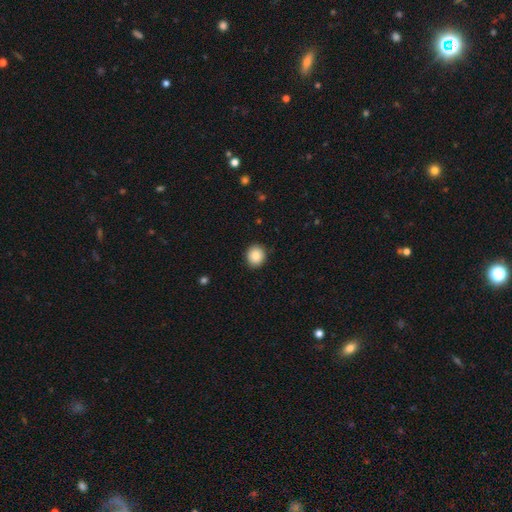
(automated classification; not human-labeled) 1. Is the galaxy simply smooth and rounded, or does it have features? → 85% smooth, 8% star or artifact, 7% featured or disk.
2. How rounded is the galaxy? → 85% round, 15% in between, 1% cigar-shaped.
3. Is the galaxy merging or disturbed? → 91% none, 6% minor disturbance, 2% major disturbance, 1% merger.